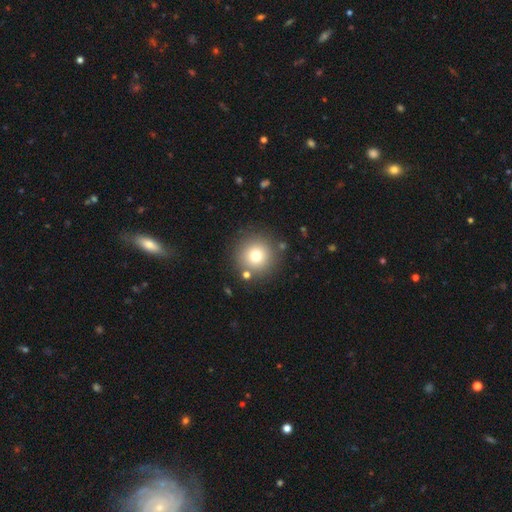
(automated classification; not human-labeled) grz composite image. It shows a smooth galaxy with no disk features (74%) that is round (96%). Merging: none (85%).